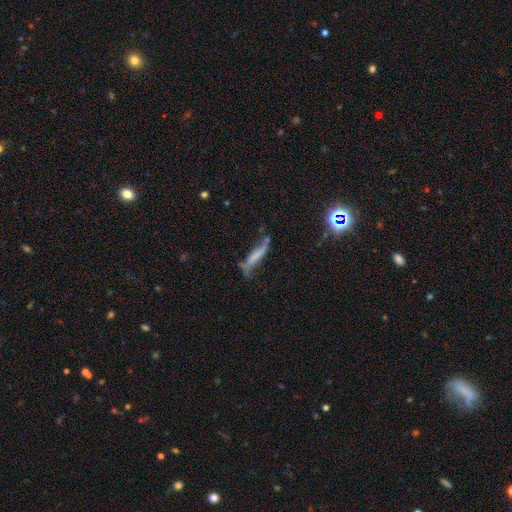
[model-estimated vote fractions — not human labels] smooth_or_featured: smooth (p=0.50) [alt: featured or disk p=0.39]
how_rounded: cigar-shaped (p=0.85) [alt: in between p=0.13]
merging: none (p=0.42) [alt: minor disturbance p=0.30]